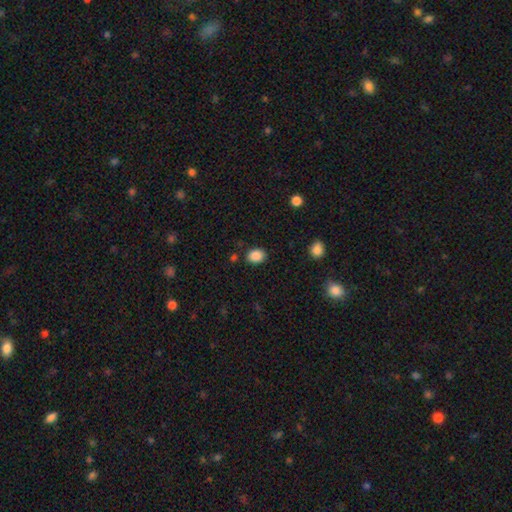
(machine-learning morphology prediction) Smooth or featured? smooth (88%)
How rounded? in between (62%)
Merging? none (83%)